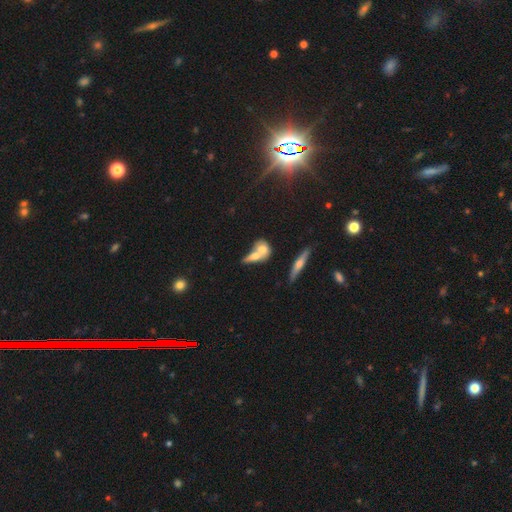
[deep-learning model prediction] Smooth or featured?
  - smooth: 57% *
  - featured or disk: 33%
  - star or artifact: 10%
How rounded?
  - in between: 58% *
  - cigar-shaped: 25%
  - round: 18%
Merging?
  - merger: 59% *
  - none: 27%
  - minor disturbance: 8%
  - major disturbance: 5%